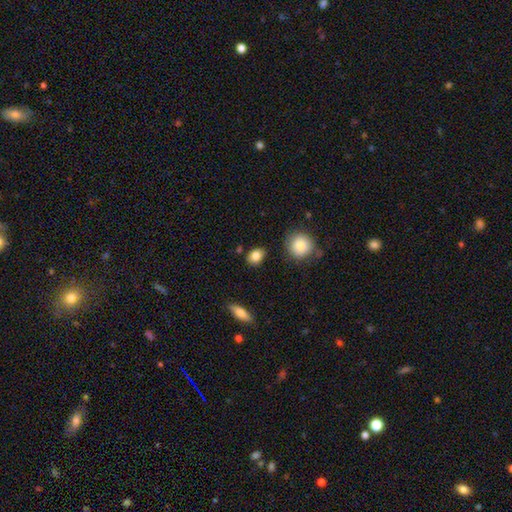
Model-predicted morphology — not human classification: Smooth or featured: smooth — 84% (star or artifact — 9%)
How rounded: in between — 61% (round — 37%)
Merging: none — 83% (minor disturbance — 12%)